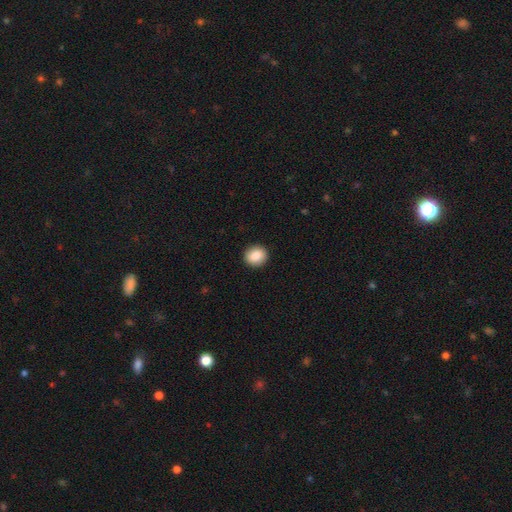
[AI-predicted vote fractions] A smooth galaxy with no disk features (87%) that is round (82%).

Vote fractions:
- Smooth or featured? smooth: 87% / star or artifact: 8% / featured or disk: 5%
- How rounded? round: 82% / in between: 17% / cigar-shaped: 1%
- Merging? none: 92% / minor disturbance: 5% / major disturbance: 2% / merger: 1%